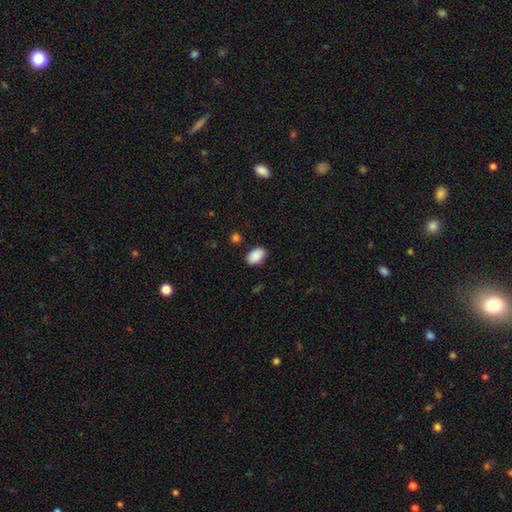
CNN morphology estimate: Smooth or featured? smooth (90%)
How rounded? in between (87%)
Merging? none (86%)